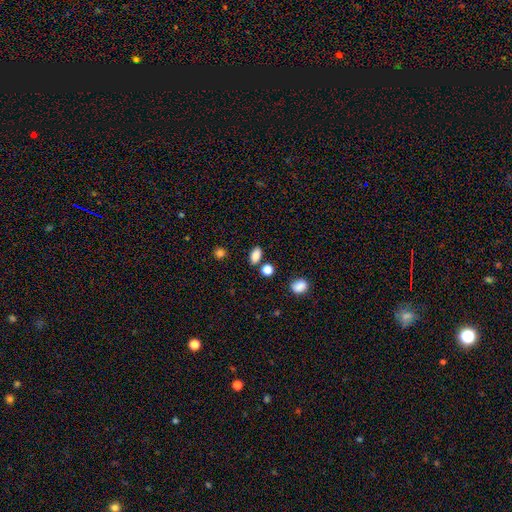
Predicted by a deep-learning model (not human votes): This appears to be a smooth galaxy with no disk features (85%) that is in between round and cigar-shaped (84%). Merging: none (81%).